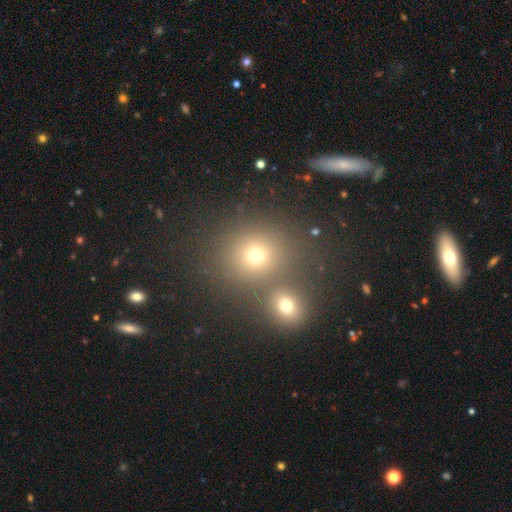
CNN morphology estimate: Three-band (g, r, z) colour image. It shows a smooth galaxy with no disk features (69%) that is round (81%). Merging: none (65%).